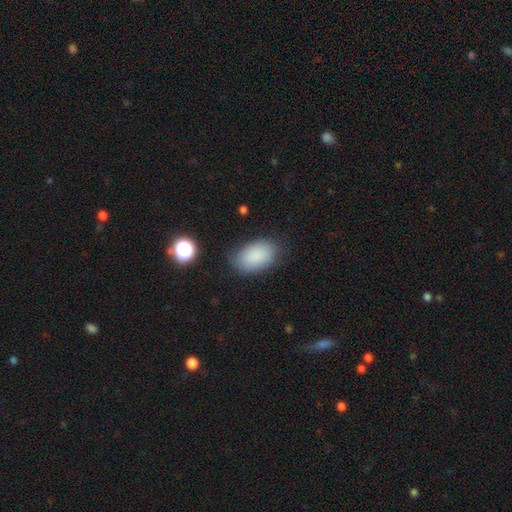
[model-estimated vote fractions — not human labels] Smooth or featured: smooth — 87% (star or artifact — 8%)
How rounded: in between — 91% (round — 8%)
Merging: none — 80% (minor disturbance — 14%)